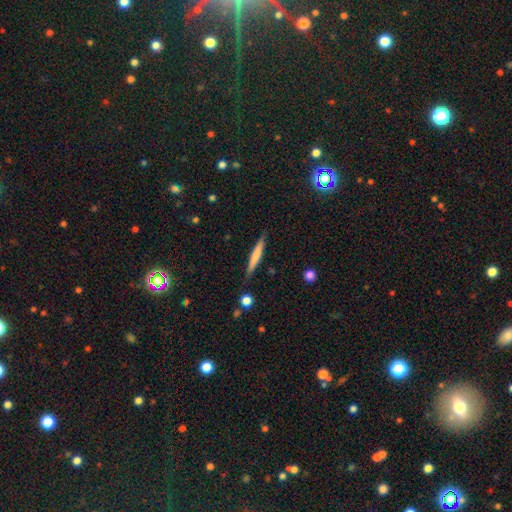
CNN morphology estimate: Smooth or featured? Predicted: smooth (p=0.58). How rounded? Predicted: cigar-shaped (p=0.94). Merging? Predicted: none (p=0.86).